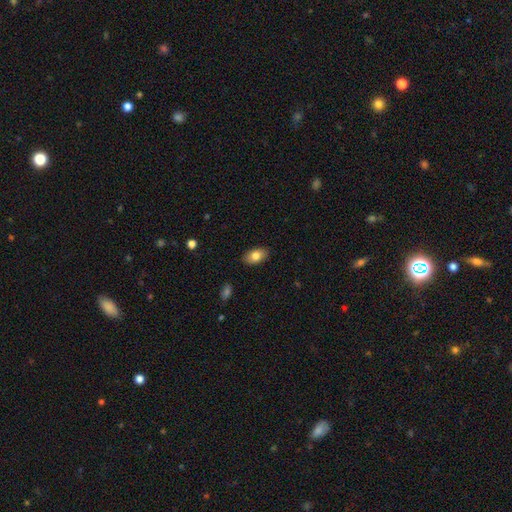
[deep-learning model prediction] Smooth or featured? Predicted: smooth (p=0.80). How rounded? Predicted: in between (p=0.91). Merging? Predicted: none (p=0.87).